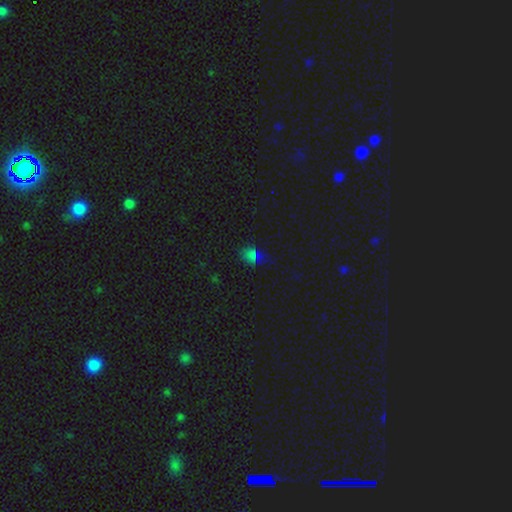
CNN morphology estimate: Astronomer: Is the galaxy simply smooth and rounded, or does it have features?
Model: smooth — 47% (runner-up: star or artifact, 46%).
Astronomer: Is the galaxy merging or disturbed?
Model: none — 75%.